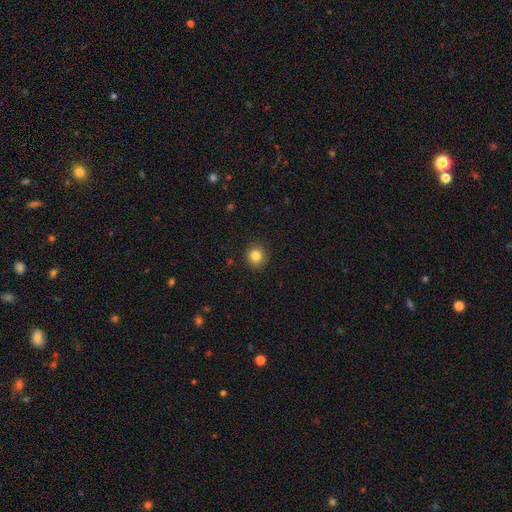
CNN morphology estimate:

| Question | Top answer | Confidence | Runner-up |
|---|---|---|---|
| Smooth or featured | smooth | 84% | star or artifact (11%) |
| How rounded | round | 89% | in between (10%) |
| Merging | none | 91% | minor disturbance (6%) |